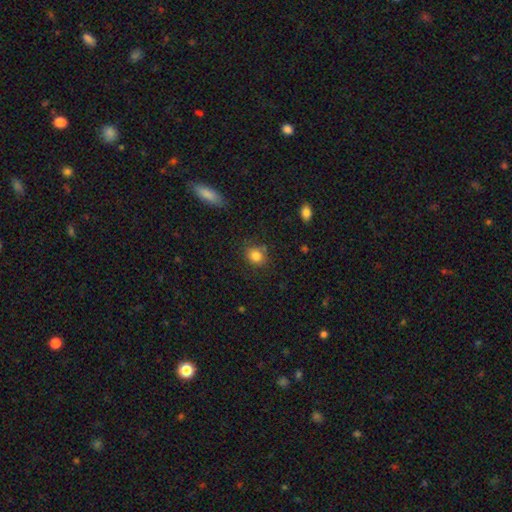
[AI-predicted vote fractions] Smooth or featured: smooth — 83% (star or artifact — 10%)
How rounded: round — 69% (in between — 30%)
Merging: none — 77% (minor disturbance — 15%)